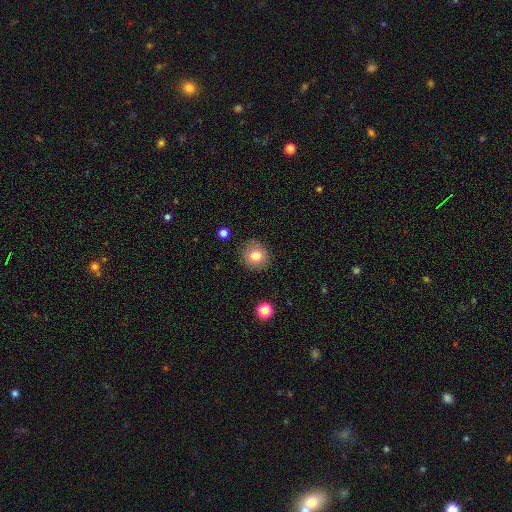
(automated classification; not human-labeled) Overall: smooth (79%). How rounded: round (87%). Merging: none (88%).